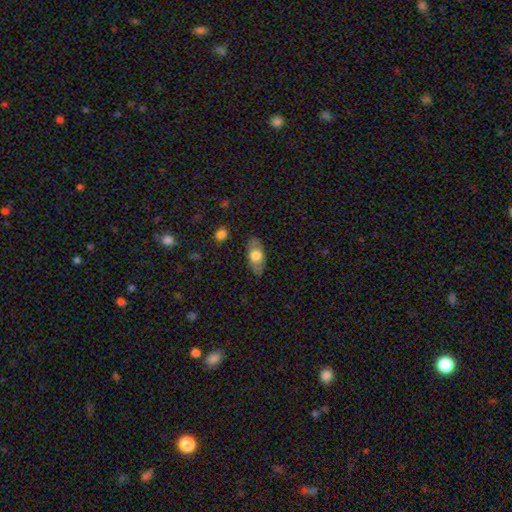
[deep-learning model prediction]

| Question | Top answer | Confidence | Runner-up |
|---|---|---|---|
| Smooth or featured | smooth | 65% | featured or disk (29%) |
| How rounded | in between | 88% | cigar-shaped (7%) |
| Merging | none | 80% | minor disturbance (15%) |